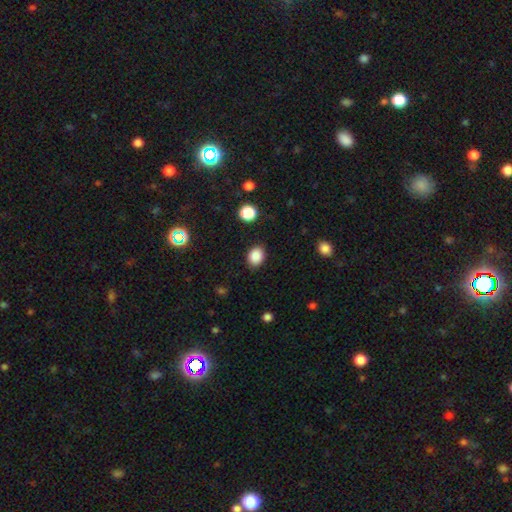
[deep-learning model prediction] Overall: smooth (87%). How rounded: in between (57%; round 42%). Merging: none (87%).